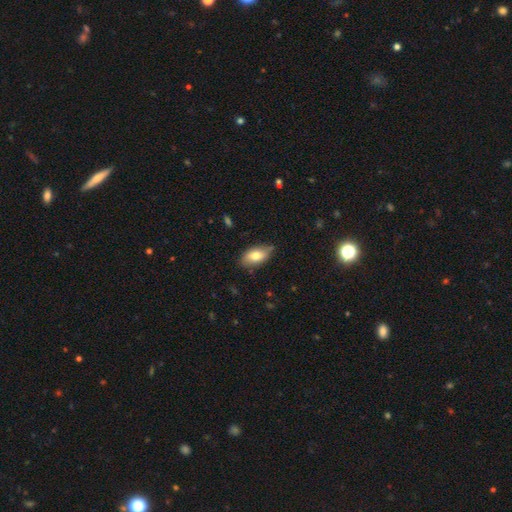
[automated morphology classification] Q: Smooth or featured?
A: smooth (71%); runner-up: featured or disk (23%)
Q: How rounded?
A: in between (91%); runner-up: cigar-shaped (5%)
Q: Merging?
A: none (72%); runner-up: minor disturbance (23%)